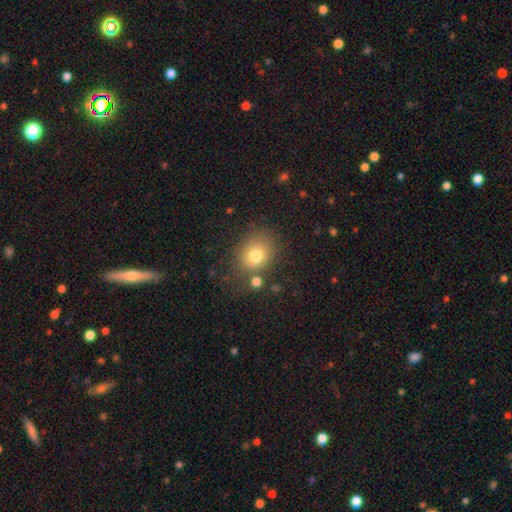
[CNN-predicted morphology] A smooth galaxy with no disk features (76%) that is round (60%). Merging: none (67%).